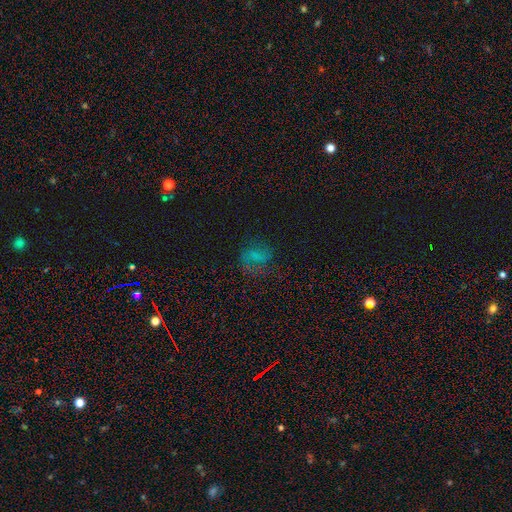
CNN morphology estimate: Smooth or featured? smooth (39%)
Merging? none (59%)